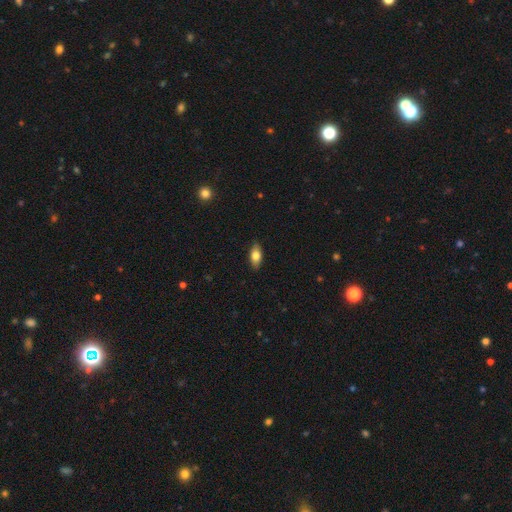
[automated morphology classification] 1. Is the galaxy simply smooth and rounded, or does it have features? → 77% smooth, 16% featured or disk, 7% star or artifact.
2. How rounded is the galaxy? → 88% in between, 8% cigar-shaped, 4% round.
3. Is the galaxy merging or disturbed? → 87% none, 10% minor disturbance, 2% major disturbance, 1% merger.